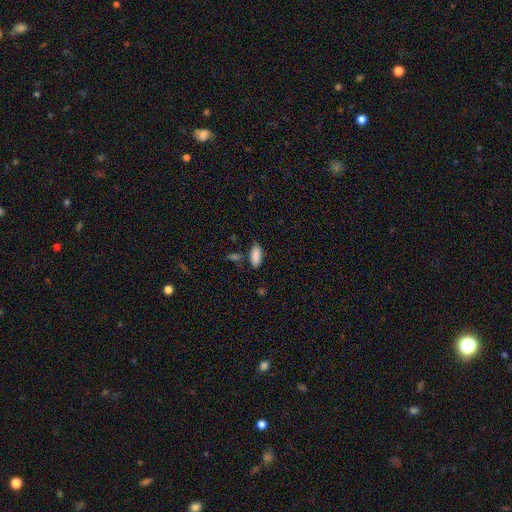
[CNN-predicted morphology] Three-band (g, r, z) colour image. It shows a smooth galaxy with no disk features (89%) that is in between round and cigar-shaped (86%). Merging: none (78%).